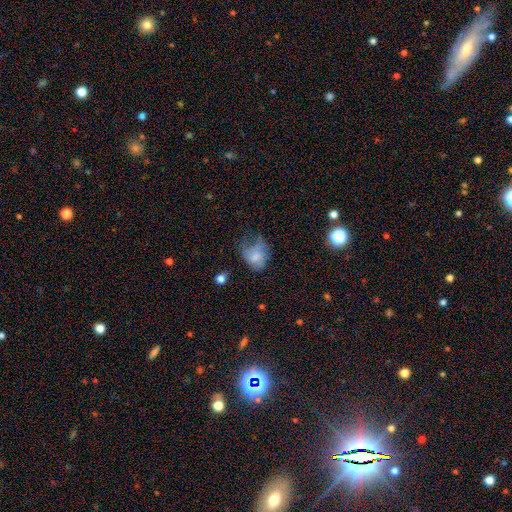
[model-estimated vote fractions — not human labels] Morphology: type=smooth (61%); roundness=in between (63%); merging=major disturbance (38%).